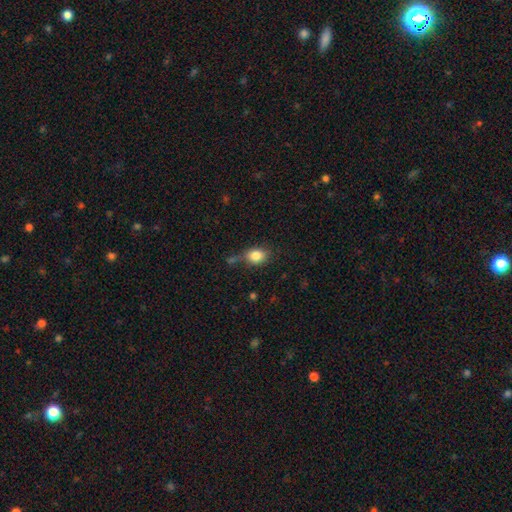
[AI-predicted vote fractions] Morphology: type=smooth (83%); roundness=in between (60%); merging=none (60%).